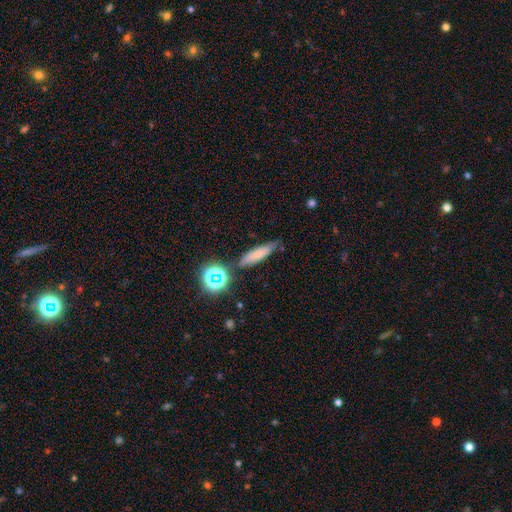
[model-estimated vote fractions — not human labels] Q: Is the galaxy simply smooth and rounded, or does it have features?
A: smooth — 67%.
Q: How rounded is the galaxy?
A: cigar-shaped — 69%.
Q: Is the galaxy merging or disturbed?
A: none — 74%.